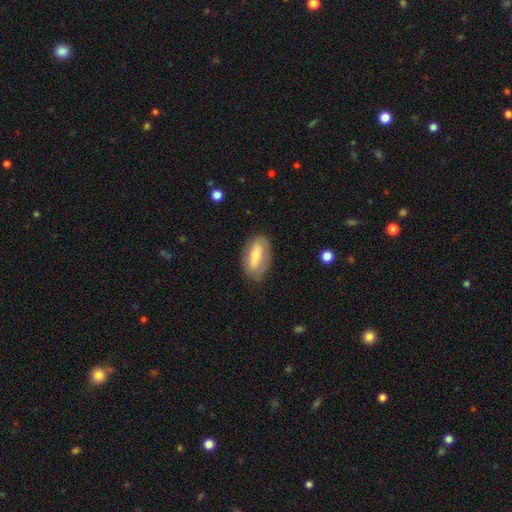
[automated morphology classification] A smooth galaxy with no disk features (61%) that is in between round and cigar-shaped (87%).

Vote fractions:
- Smooth or featured? smooth: 61% / featured or disk: 33% / star or artifact: 6%
- How rounded? in between: 87% / cigar-shaped: 9% / round: 4%
- Merging? none: 76% / minor disturbance: 17% / major disturbance: 5% / merger: 1%